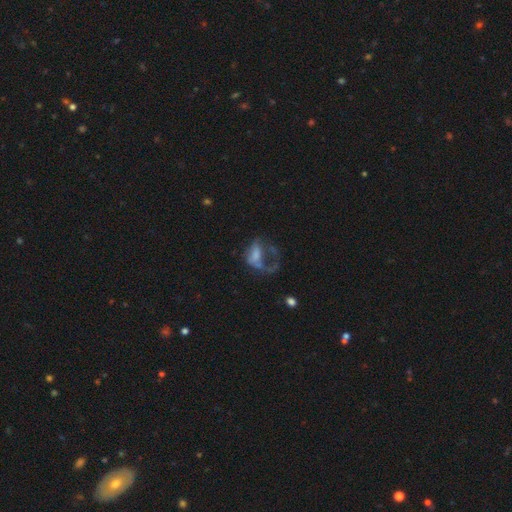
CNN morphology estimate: This appears to be a featured or disk galaxy (49%). Merging: major disturbance (63%).